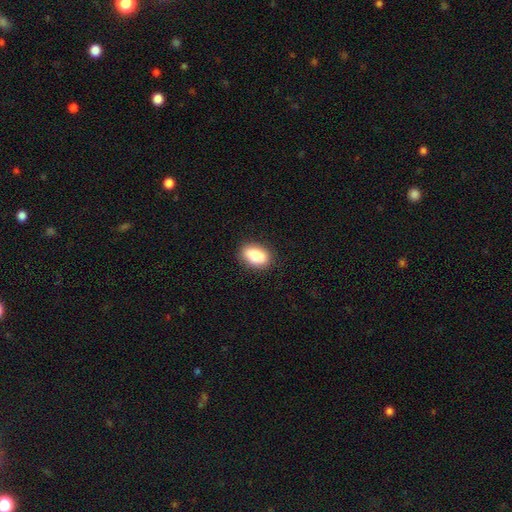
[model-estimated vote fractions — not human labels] Overall: smooth (89%). How rounded: in between (90%). Merging: none (85%).